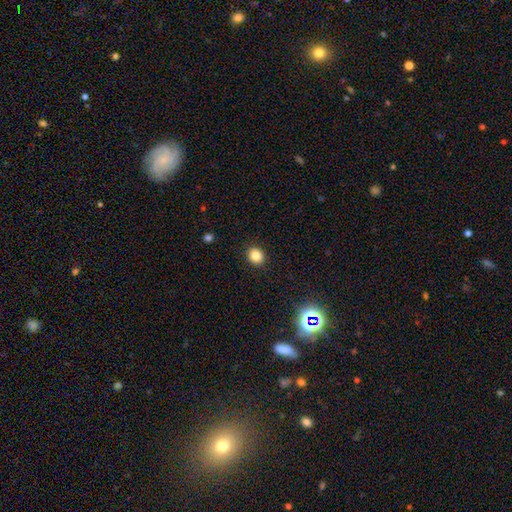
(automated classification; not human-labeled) A smooth galaxy with no disk features (84%) that is round (72%). Merging: none (91%).